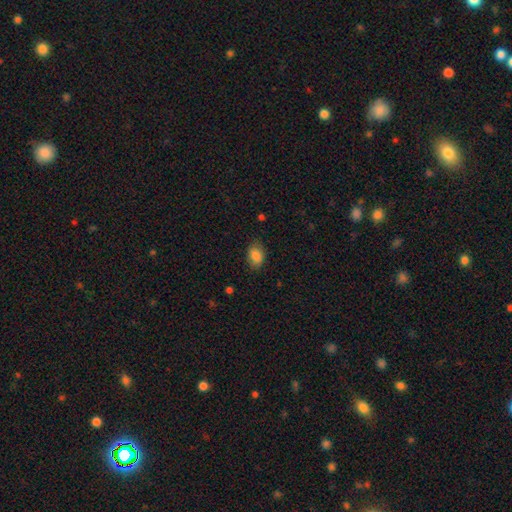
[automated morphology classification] smooth 85%, star or artifact 8%, featured or disk 6%. Down the decision tree: how rounded — in between (84%); merging — none (81%).